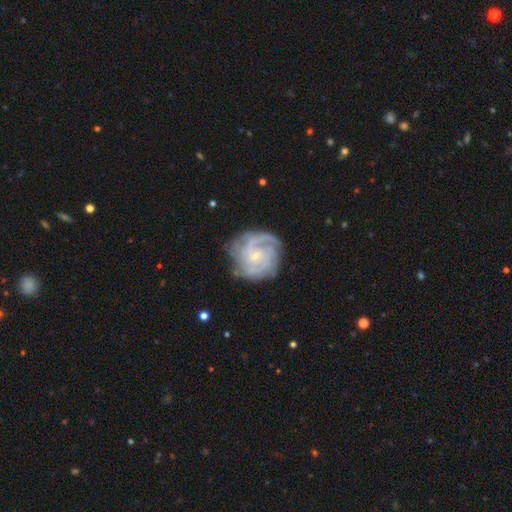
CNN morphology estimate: Overall: featured or disk (89%). Edge-on disk: no (98%). Bar: no (62%; weak 32%). Spiral arms: yes (98%). Spiral arm count: 2 (32%; 3 27%). Spiral winding: tight (64%; medium 31%). Bulge size: small (79%). Merging: none (74%).